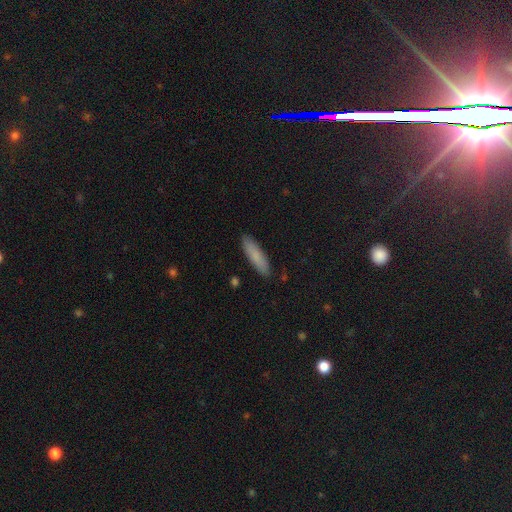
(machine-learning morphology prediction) A smooth galaxy with no disk features (83%) that is cigar-shaped (67%). Merging: none (88%).